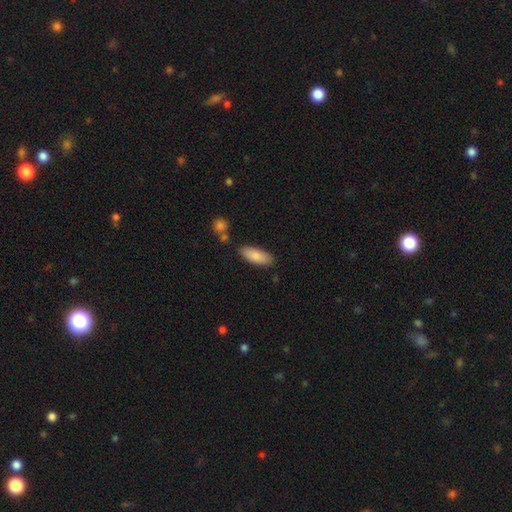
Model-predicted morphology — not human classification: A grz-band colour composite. It shows a smooth galaxy with no disk features (85%) that is in between round and cigar-shaped (77%). Merging: none (82%).